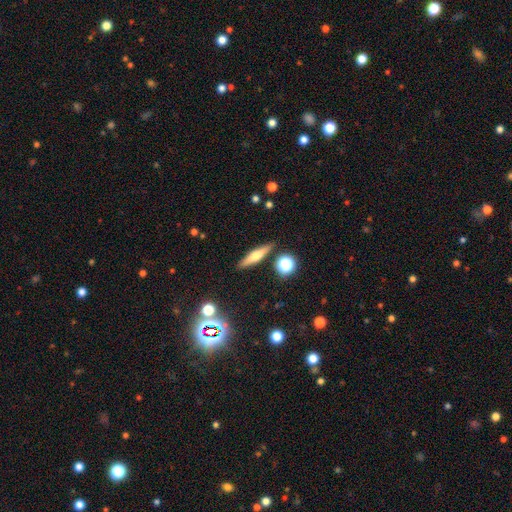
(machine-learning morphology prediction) A smooth galaxy with no disk features (46%).

Vote fractions:
- Smooth or featured? smooth: 46% / featured or disk: 44% / star or artifact: 10%
- Merging? none: 86% / minor disturbance: 8% / merger: 4% / major disturbance: 2%